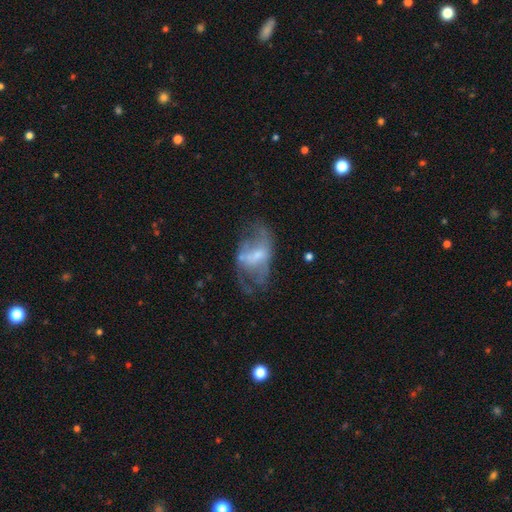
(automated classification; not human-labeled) Smooth or featured? featured or disk (64%)
Edge-on disk? no (94%)
Bar? weak (42%)
Spiral arms? no (52%)
Bulge size? small (45%)
Merging? none (39%)